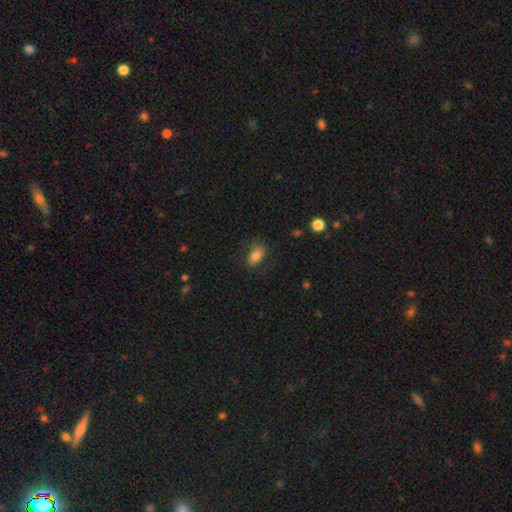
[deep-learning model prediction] A smooth galaxy with no disk features (79%) that is in between round and cigar-shaped (87%).

Vote fractions:
- Smooth or featured? smooth: 79% / featured or disk: 13% / star or artifact: 9%
- How rounded? in between: 87% / round: 10% / cigar-shaped: 3%
- Merging? none: 76% / minor disturbance: 16% / major disturbance: 7% / merger: 1%